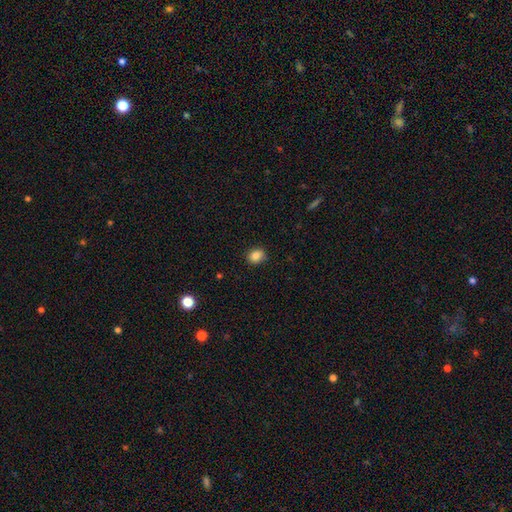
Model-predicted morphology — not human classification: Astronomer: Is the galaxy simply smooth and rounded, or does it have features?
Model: smooth — 85%.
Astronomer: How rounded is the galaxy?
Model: round — 61% (runner-up: in between, 38%).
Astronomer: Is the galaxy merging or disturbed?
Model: none — 83%.